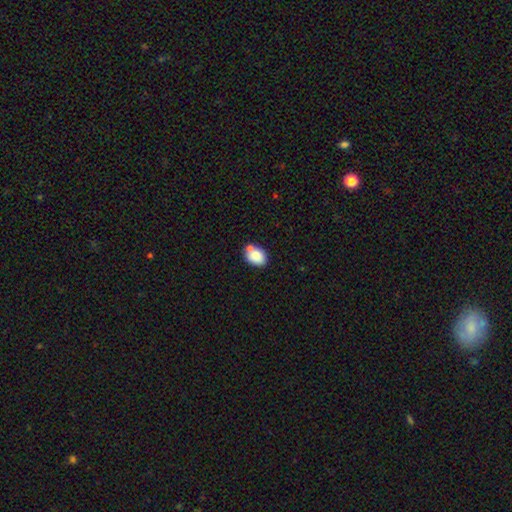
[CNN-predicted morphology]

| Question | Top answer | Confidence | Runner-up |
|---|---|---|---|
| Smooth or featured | smooth | 82% | featured or disk (10%) |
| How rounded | in between | 72% | round (27%) |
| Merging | none | 57% | merger (23%) |